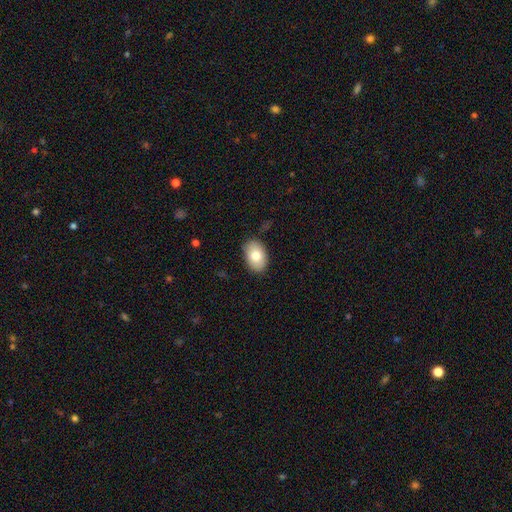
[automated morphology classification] smooth 80%, featured or disk 13%, star or artifact 7%. Down the decision tree: how rounded — in between (87%); merging — none (86%).